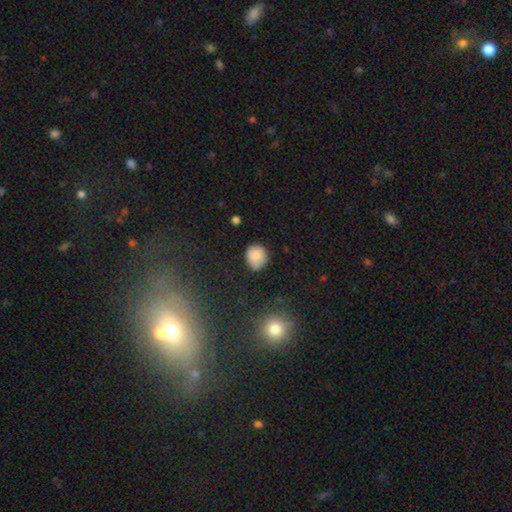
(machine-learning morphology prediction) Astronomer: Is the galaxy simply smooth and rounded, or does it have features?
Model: smooth — 81%.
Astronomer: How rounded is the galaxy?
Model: round — 74%.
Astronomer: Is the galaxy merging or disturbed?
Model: none — 72%.